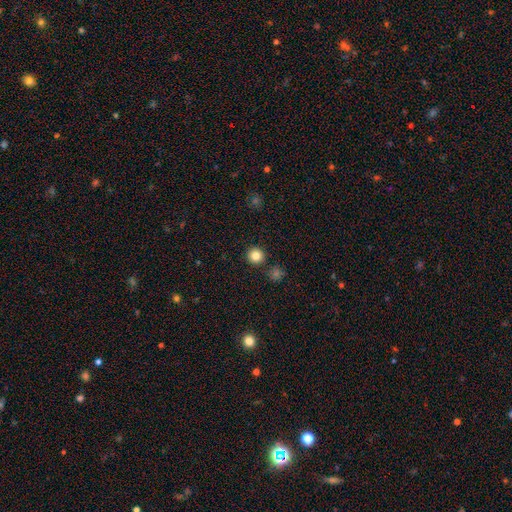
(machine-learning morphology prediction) Overall: smooth (83%). How rounded: round (94%). Merging: none (90%).